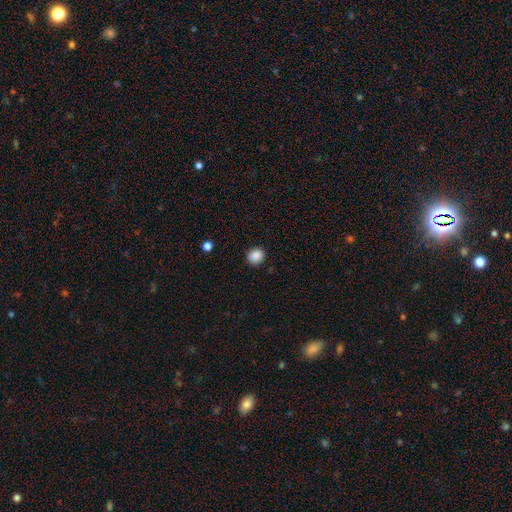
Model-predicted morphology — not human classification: A smooth galaxy with no disk features (88%) that is round (73%). Merging: none (88%).